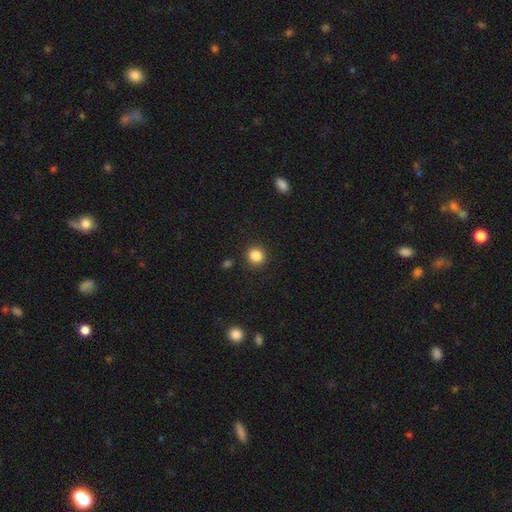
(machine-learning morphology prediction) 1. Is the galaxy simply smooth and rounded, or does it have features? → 85% smooth, 10% star or artifact, 4% featured or disk.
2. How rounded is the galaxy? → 86% round, 13% in between, 1% cigar-shaped.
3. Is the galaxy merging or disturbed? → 90% none, 6% minor disturbance, 2% major disturbance, 2% merger.